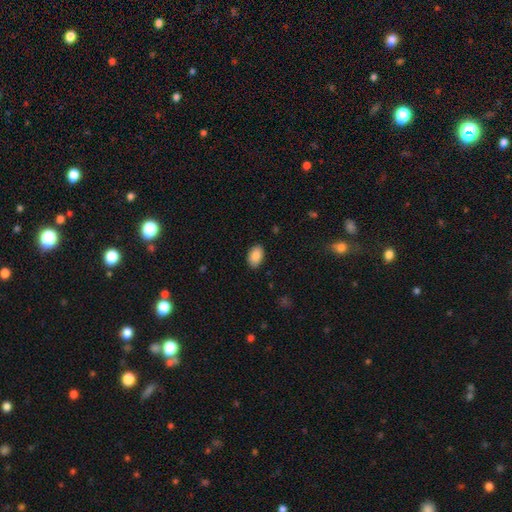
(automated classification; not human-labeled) Smooth or featured? smooth (88%)
How rounded? in between (90%)
Merging? none (88%)